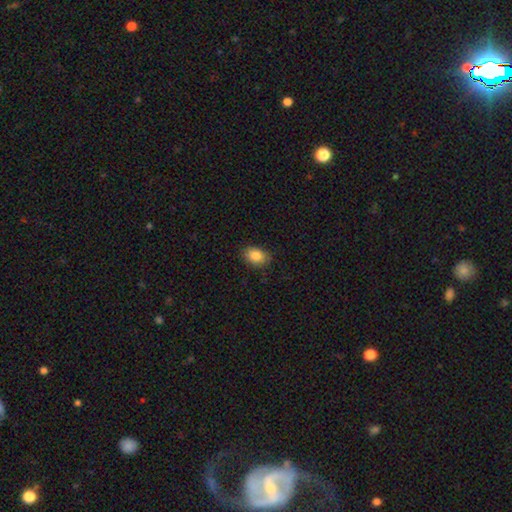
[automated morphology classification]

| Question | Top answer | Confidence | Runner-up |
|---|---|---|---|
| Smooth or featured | smooth | 86% | star or artifact (8%) |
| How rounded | in between | 81% | round (18%) |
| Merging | none | 85% | minor disturbance (12%) |